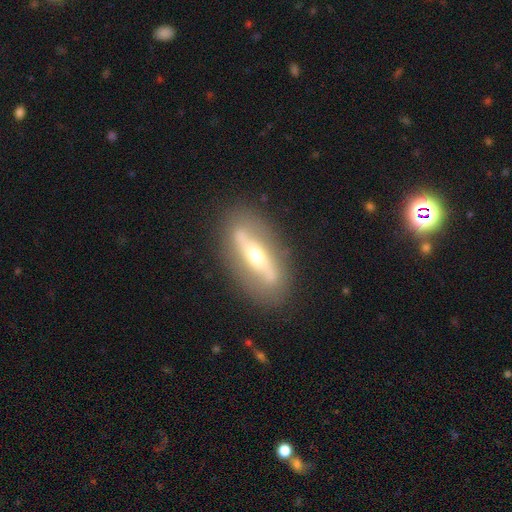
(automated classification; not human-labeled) This is likely a featured or disk galaxy (67%). It is likely not viewed edge-on (62%). Merging: clearly none (82%).